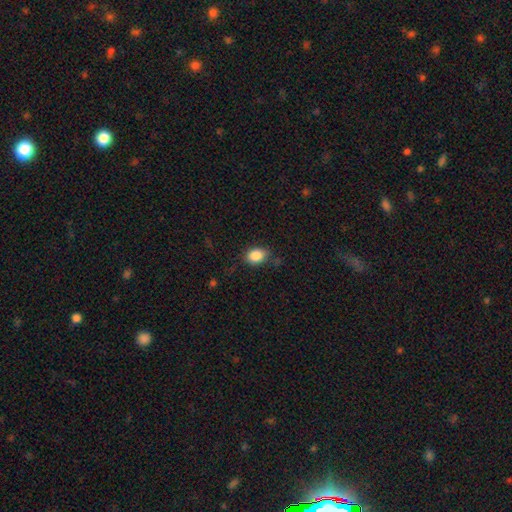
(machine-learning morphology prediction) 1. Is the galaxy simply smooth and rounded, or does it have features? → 86% smooth, 9% star or artifact, 5% featured or disk.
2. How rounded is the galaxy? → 70% in between, 29% round, 1% cigar-shaped.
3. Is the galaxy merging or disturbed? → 74% none, 20% minor disturbance, 5% major disturbance, 2% merger.